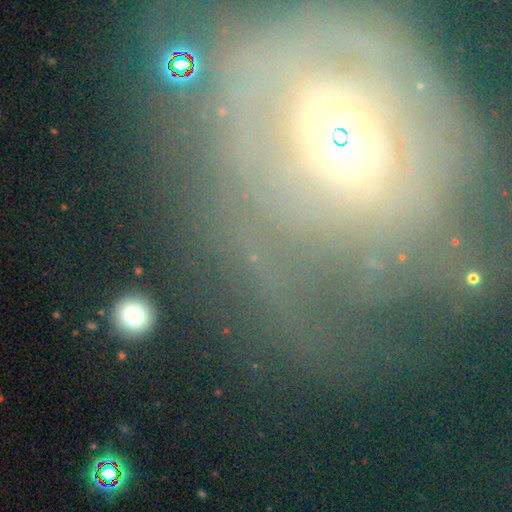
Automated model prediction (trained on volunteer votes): Morphology: type=featured or disk (38%); merging=none (68%).